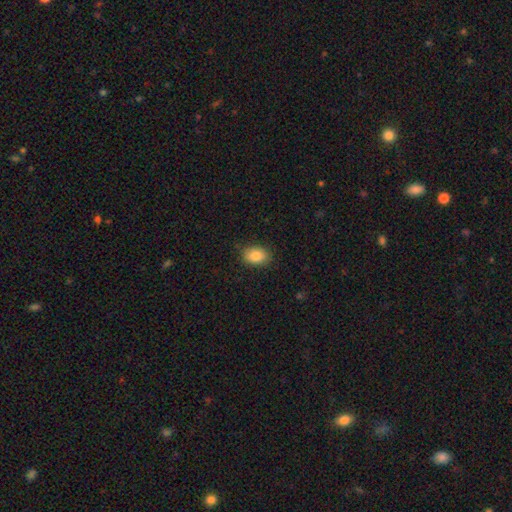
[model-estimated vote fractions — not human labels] Smooth or featured: smooth — 85% (star or artifact — 8%)
How rounded: in between — 80% (round — 19%)
Merging: none — 86% (minor disturbance — 10%)